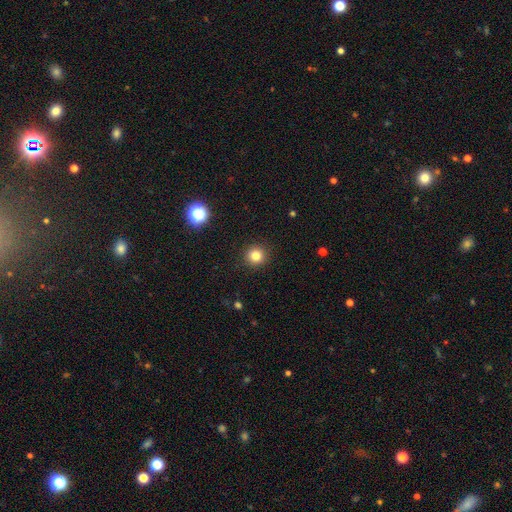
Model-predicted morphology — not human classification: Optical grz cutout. It shows a smooth galaxy with no disk features (81%) that is round (94%). Merging: none (92%).